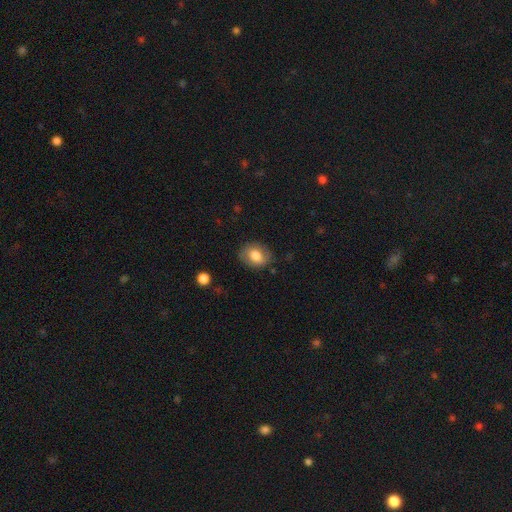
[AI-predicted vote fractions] A smooth galaxy with no disk features (76%) that is in between round and cigar-shaped (63%). Merging: none (79%).